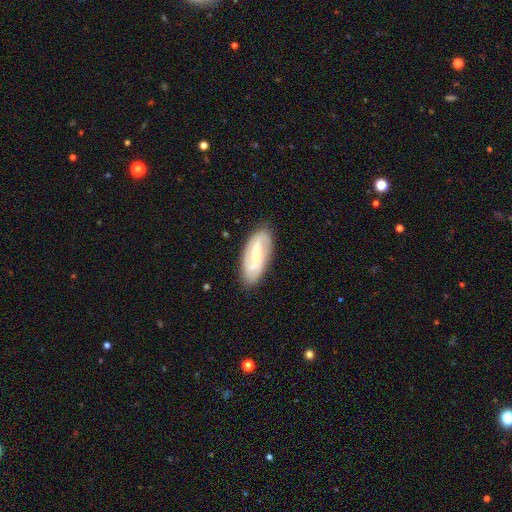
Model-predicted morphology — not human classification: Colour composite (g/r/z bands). It shows a featured or disk galaxy (72%) with a weak bar (45%), 2 (80%) medium (42%) spiral arms (89%) and a small central bulge (55%). Merging: none (85%).